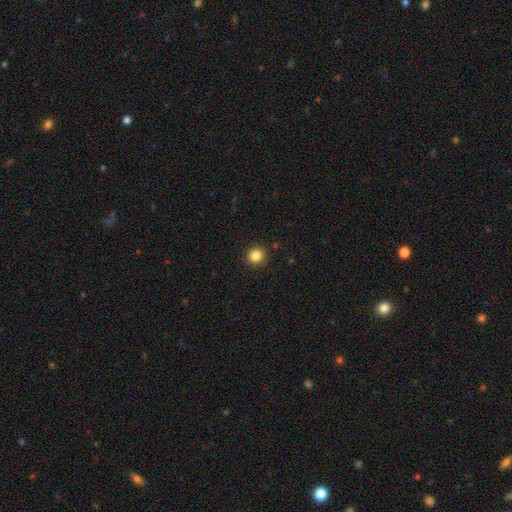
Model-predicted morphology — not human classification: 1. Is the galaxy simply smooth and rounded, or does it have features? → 84% smooth, 11% star or artifact, 5% featured or disk.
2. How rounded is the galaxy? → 92% round, 7% in between, 1% cigar-shaped.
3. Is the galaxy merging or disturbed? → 91% none, 6% minor disturbance, 2% major disturbance, 1% merger.